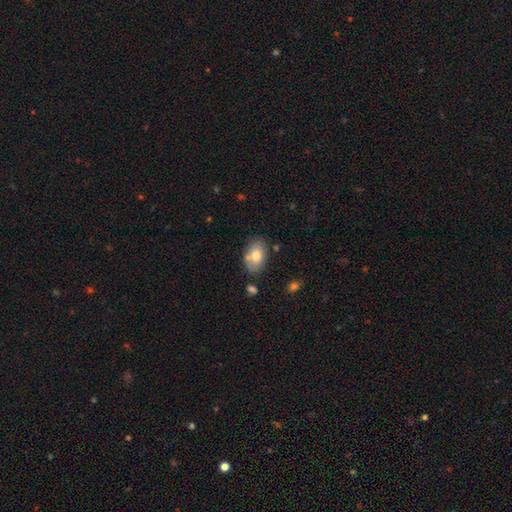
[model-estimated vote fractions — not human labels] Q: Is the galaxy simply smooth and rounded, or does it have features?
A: smooth — 76%.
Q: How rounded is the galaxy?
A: in between — 88%.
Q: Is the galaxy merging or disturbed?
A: none — 72%.